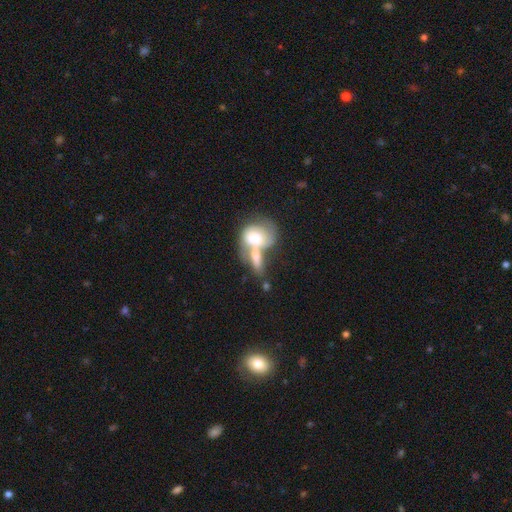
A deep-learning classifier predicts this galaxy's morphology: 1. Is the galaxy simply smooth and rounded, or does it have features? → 59% smooth, 35% featured or disk, 6% star or artifact.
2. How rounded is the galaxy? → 70% in between, 23% round, 7% cigar-shaped.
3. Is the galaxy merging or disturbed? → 74% merger, 12% none, 7% major disturbance, 7% minor disturbance.